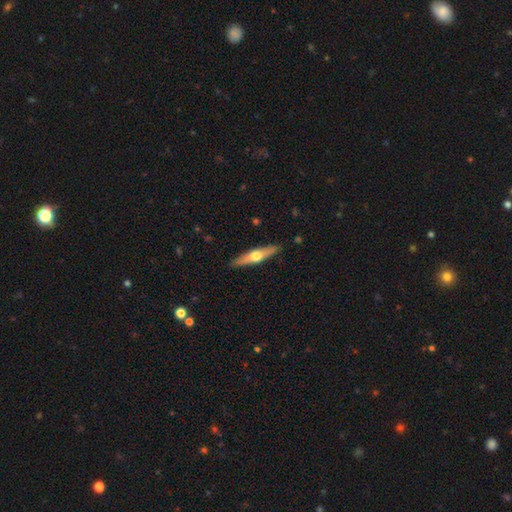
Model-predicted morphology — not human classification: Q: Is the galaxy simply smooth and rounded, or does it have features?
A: featured or disk — 56%.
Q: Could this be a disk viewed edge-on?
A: yes — 93%.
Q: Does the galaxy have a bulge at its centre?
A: rounded — 93%.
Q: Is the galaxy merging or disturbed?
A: none — 89%.